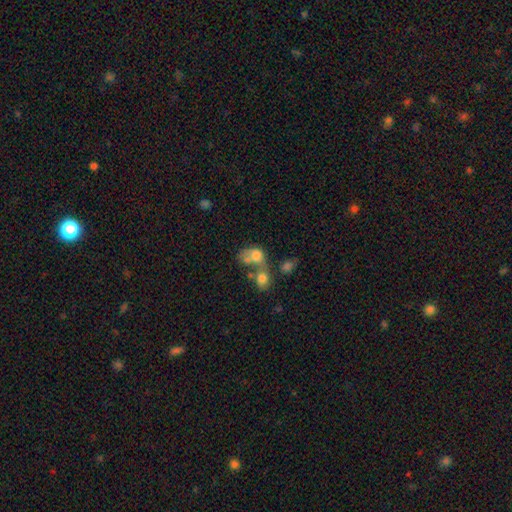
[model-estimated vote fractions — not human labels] This appears to be a smooth galaxy with no disk features (65%) that is in between round and cigar-shaped (59%). Merging: merger (63%).